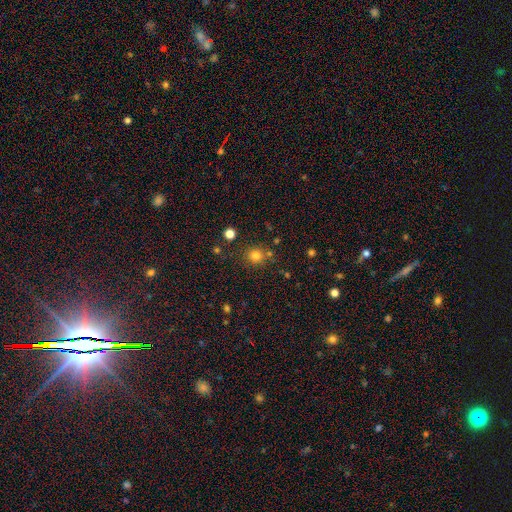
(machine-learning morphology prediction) A smooth galaxy with no disk features (80%) that is round (89%).

Vote fractions:
- Smooth or featured? smooth: 80% / star or artifact: 15% / featured or disk: 5%
- How rounded? round: 89% / in between: 10% / cigar-shaped: 1%
- Merging? none: 79% / minor disturbance: 9% / merger: 8% / major disturbance: 4%